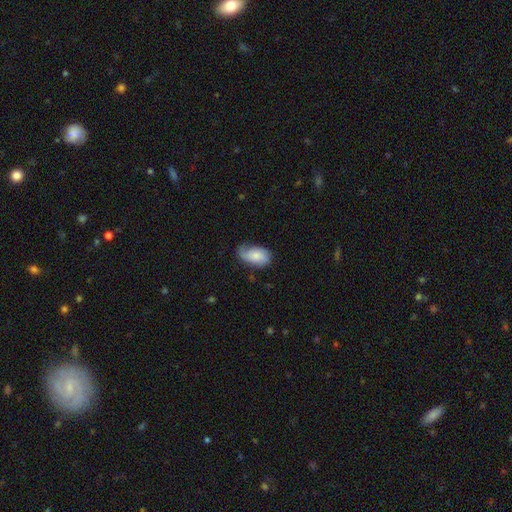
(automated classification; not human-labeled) Smooth or featured? smooth (63%)
How rounded? in between (92%)
Merging? none (52%)